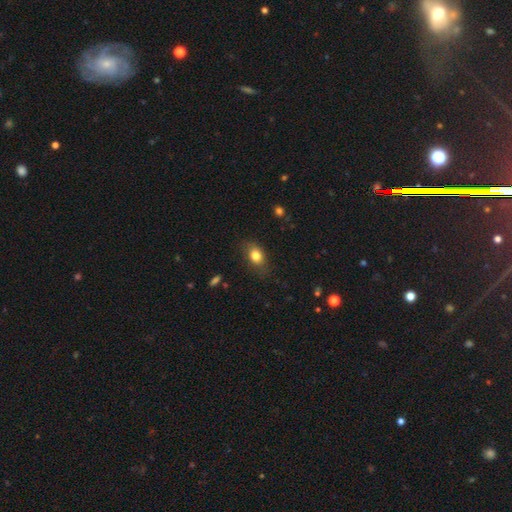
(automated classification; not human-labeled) Smooth or featured: smooth — 81% (featured or disk — 10%)
How rounded: in between — 72% (round — 25%)
Merging: none — 77% (minor disturbance — 17%)